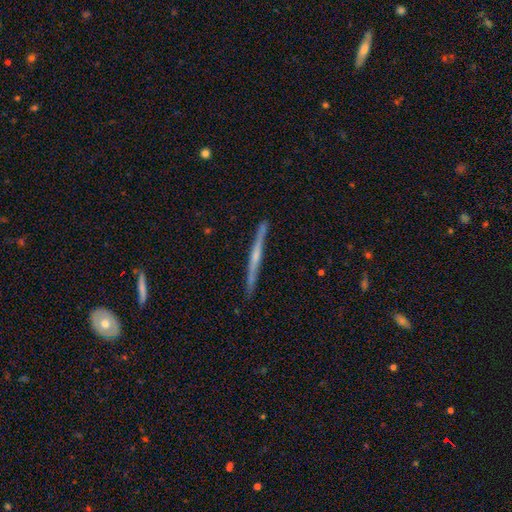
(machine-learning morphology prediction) A featured or disk galaxy (72%) viewed edge-on (98%) with a rounded central bulge (51%). Merging: none (89%).